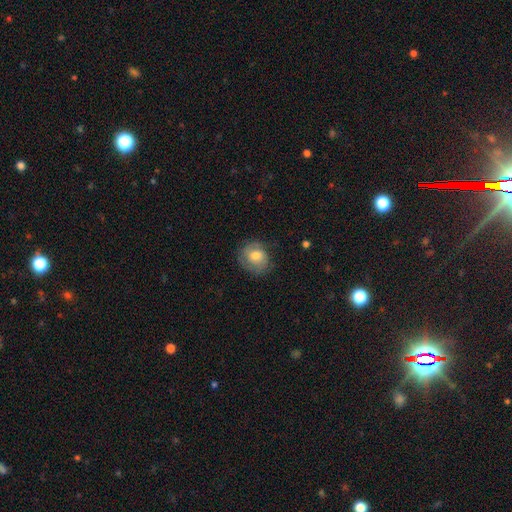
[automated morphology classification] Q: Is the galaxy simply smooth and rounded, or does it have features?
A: smooth — 54%.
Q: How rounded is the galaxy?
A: round — 69%.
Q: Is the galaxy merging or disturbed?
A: none — 70%.